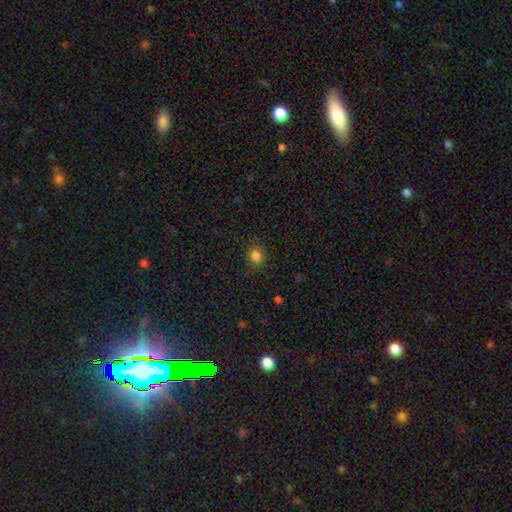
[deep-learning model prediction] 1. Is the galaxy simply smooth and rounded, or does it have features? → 84% smooth, 13% star or artifact, 4% featured or disk.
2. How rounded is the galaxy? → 87% round, 12% in between, 1% cigar-shaped.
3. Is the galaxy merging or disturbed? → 88% none, 8% minor disturbance, 3% major disturbance, 1% merger.